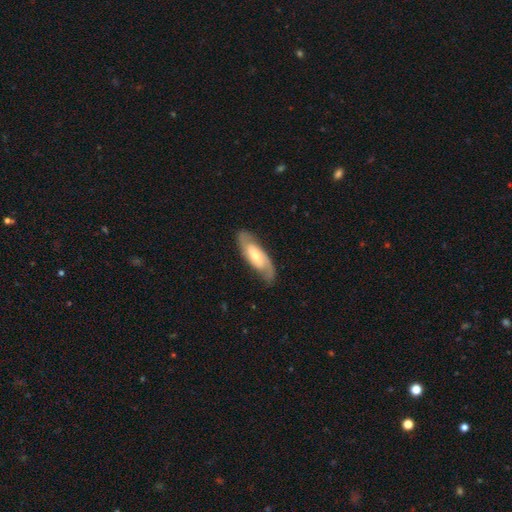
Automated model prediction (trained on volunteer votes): Smooth or featured?
  - featured or disk: 70% *
  - smooth: 25%
  - star or artifact: 5%
Edge-on disk?
  - no: 87% *
  - yes: 13%
Bar?
  - no: 44% *
  - weak: 39%
  - strong: 17%
Spiral arms?
  - yes: 90% *
  - no: 10%
Spiral winding?
  - medium: 44% *
  - tight: 38%
  - loose: 19%
Spiral arm count?
  - 2: 81% *
  - can't tell: 11%
  - 1: 4%
  - 3: 2%
  - 4: 1%
  - more than 4: 1%
Bulge size?
  - moderate: 46% *
  - small: 43%
  - large: 7%
  - none: 3%
  - dominant: 1%
Merging?
  - none: 80% *
  - minor disturbance: 15%
  - major disturbance: 4%
  - merger: 1%